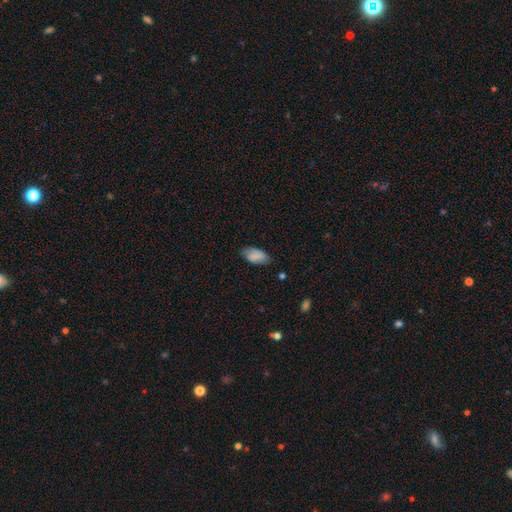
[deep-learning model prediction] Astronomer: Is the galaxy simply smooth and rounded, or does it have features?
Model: smooth — 75%.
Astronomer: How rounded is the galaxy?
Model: in between — 93%.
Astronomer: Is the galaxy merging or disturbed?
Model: none — 72%.